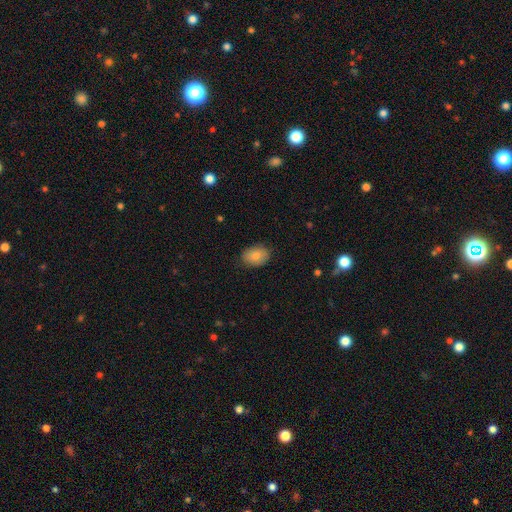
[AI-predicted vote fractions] Smooth or featured? Predicted: smooth (p=0.82). How rounded? Predicted: in between (p=0.72). Merging? Predicted: none (p=0.82).